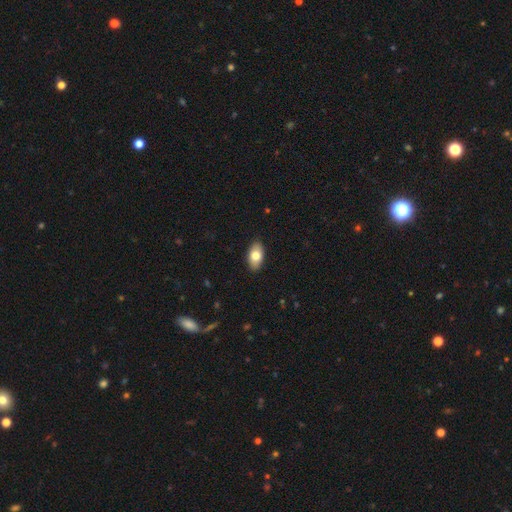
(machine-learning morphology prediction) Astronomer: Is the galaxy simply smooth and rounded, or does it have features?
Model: smooth — 78%.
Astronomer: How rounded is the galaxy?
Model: in between — 93%.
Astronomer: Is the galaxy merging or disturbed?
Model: none — 89%.